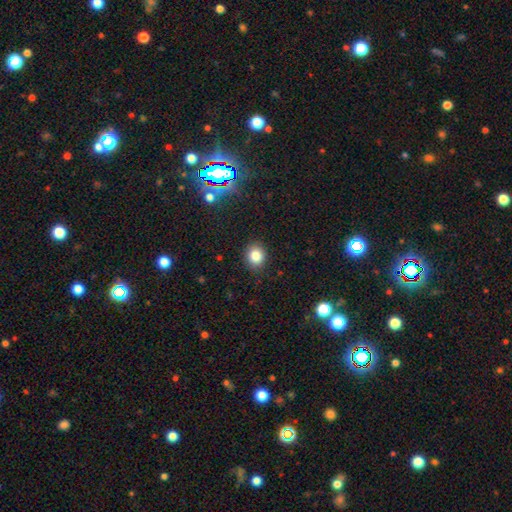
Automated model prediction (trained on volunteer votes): A smooth galaxy with no disk features (83%) that is round (68%).

Vote fractions:
- Smooth or featured? smooth: 83% / star or artifact: 11% / featured or disk: 6%
- How rounded? round: 68% / in between: 31% / cigar-shaped: 1%
- Merging? none: 89% / minor disturbance: 8% / major disturbance: 2% / merger: 1%